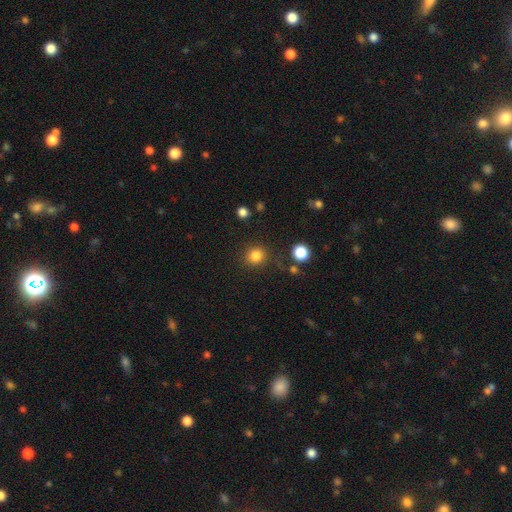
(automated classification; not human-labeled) Overall: smooth (83%). How rounded: round (88%). Merging: none (84%).